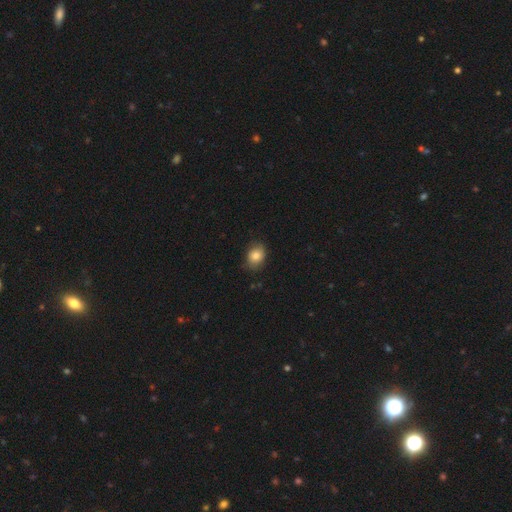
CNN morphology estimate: A smooth galaxy with no disk features (82%) that is in between round and cigar-shaped (59%). Merging: none (76%).